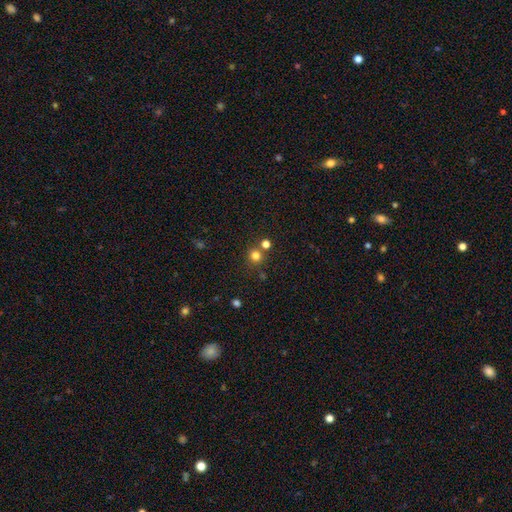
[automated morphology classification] smooth-or-featured: smooth: 77% | star or artifact: 17% | featured or disk: 6%
  how-rounded: round: 93% | in between: 7% | cigar-shaped: 1%
  merging: none: 76% | merger: 14% | minor disturbance: 7% | major disturbance: 3%